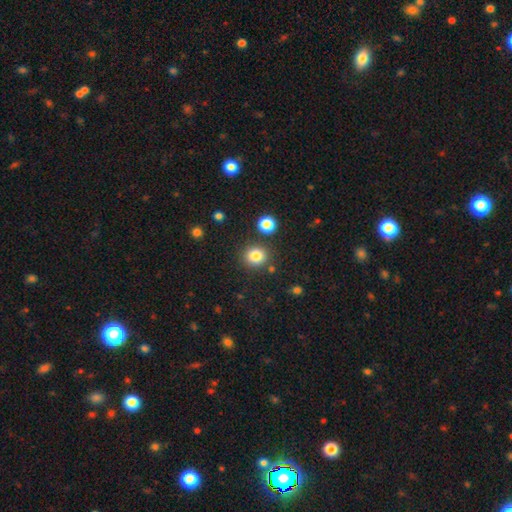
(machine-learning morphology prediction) Smooth or featured?
  - smooth: 82% *
  - star or artifact: 12%
  - featured or disk: 6%
How rounded?
  - round: 82% *
  - in between: 17%
  - cigar-shaped: 1%
Merging?
  - none: 82% *
  - minor disturbance: 8%
  - merger: 7%
  - major disturbance: 3%